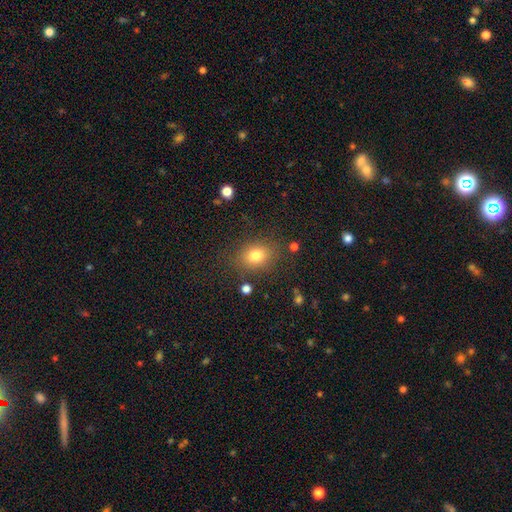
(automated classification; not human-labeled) smooth_or_featured: smooth (p=0.78) [alt: star or artifact p=0.13]
how_rounded: in between (p=0.52) [alt: round p=0.47]
merging: none (p=0.80) [alt: minor disturbance p=0.12]